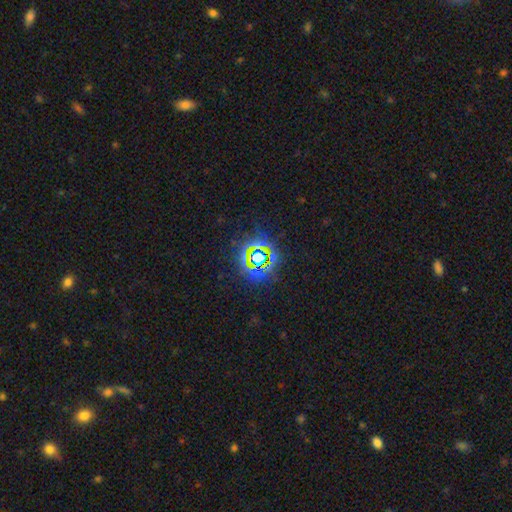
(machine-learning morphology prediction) smooth-or-featured: star or artifact: 76% | smooth: 14% | featured or disk: 10%